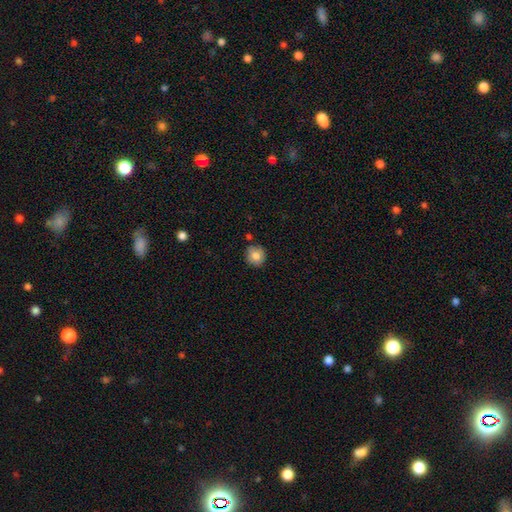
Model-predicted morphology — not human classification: The model was most divided on "smooth or featured": smooth: 81%, featured or disk: 10%, star or artifact: 9%. More confident: how rounded — round (90%); merging — none (83%).